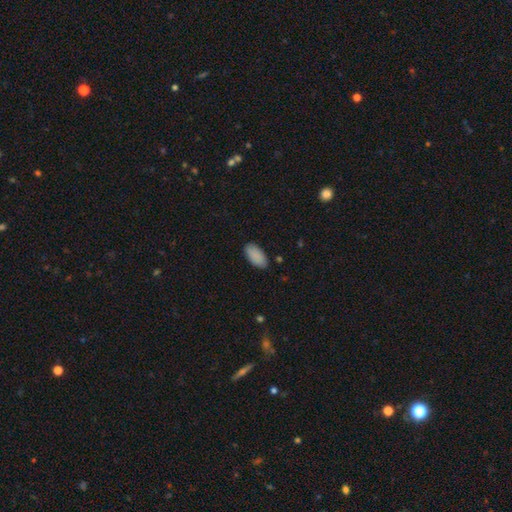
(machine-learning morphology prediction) smooth 90%, star or artifact 6%, featured or disk 4%. Down the decision tree: how rounded — in between (94%); merging — none (85%).